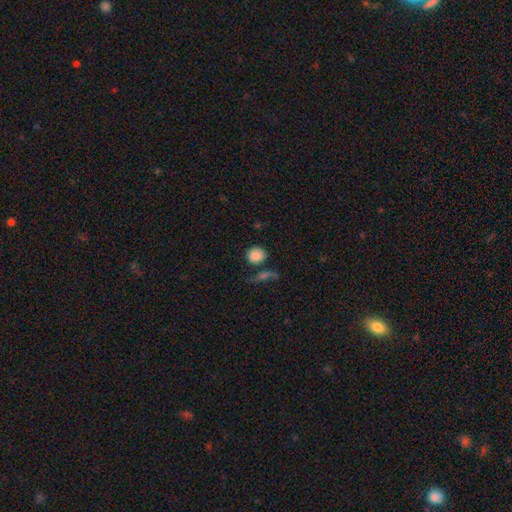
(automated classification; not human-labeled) This appears to be a smooth galaxy with no disk features (85%) that is round (83%). Merging: none (66%).